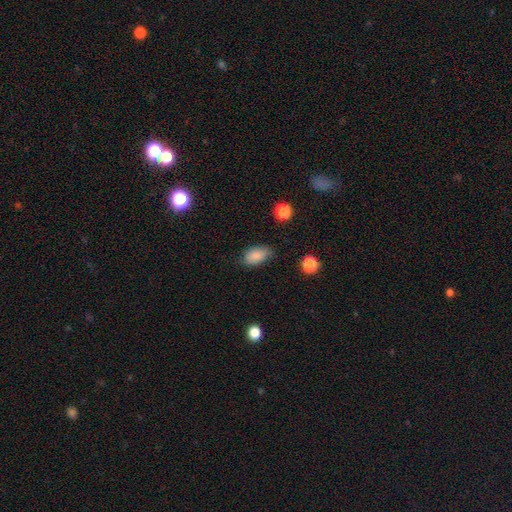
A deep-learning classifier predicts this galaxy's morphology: The model was most divided on "merging": none: 72%, minor disturbance: 22%, major disturbance: 5%, merger: 2%. More confident: how rounded — in between (89%); smooth or featured — smooth (86%).